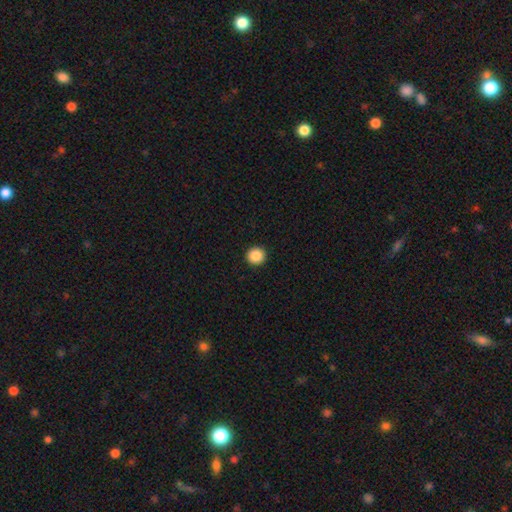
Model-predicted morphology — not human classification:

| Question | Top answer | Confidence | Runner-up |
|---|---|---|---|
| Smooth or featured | smooth | 88% | star or artifact (9%) |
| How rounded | round | 95% | in between (4%) |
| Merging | none | 94% | minor disturbance (4%) |